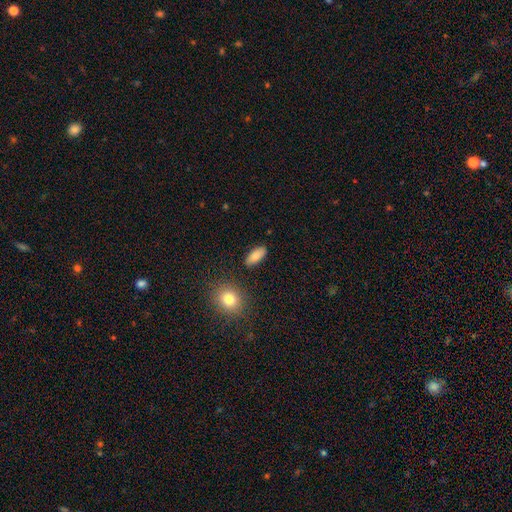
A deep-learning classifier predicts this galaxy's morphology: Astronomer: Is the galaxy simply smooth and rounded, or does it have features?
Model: smooth — 85%.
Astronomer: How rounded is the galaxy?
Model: in between — 84%.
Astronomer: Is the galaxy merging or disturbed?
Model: none — 87%.